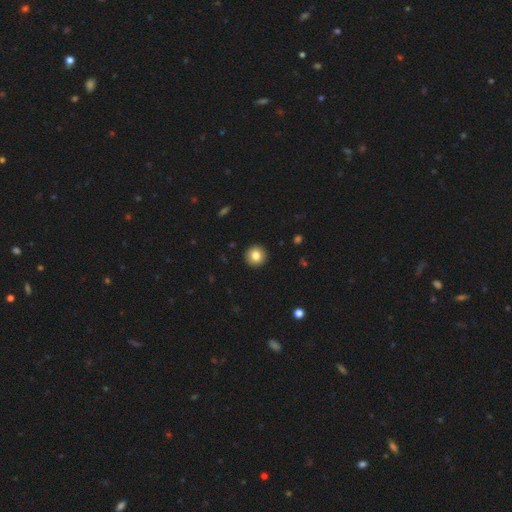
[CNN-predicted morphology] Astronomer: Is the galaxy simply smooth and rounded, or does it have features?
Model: smooth — 83%.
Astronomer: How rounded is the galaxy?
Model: round — 95%.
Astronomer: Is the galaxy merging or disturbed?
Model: none — 93%.